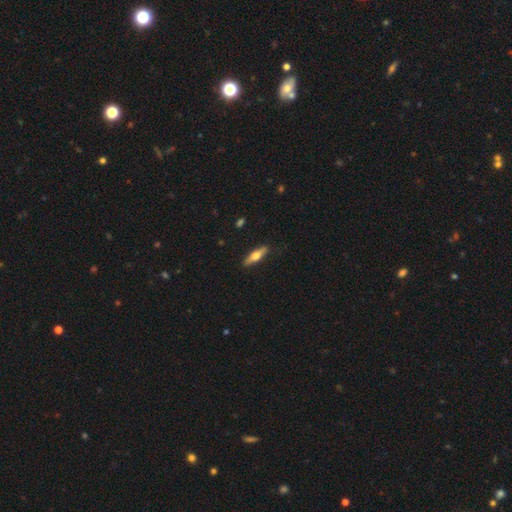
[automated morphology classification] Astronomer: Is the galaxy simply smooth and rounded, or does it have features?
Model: smooth — 56% (runner-up: featured or disk, 39%).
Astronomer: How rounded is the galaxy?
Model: cigar-shaped — 64%.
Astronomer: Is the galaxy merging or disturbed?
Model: none — 87%.